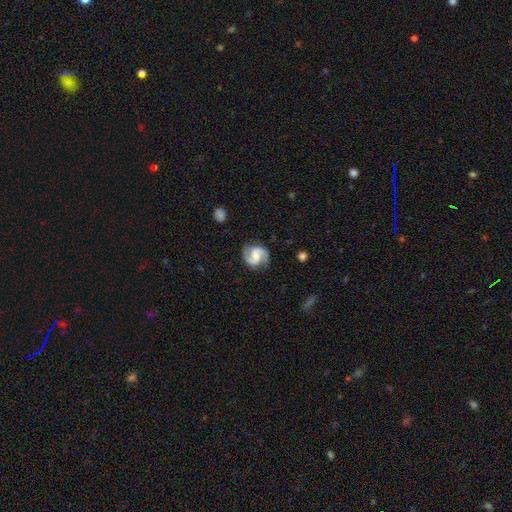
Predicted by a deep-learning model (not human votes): This appears to be a featured or disk galaxy (84%) with a weak bar (46%), 2 (93%) medium (53%) spiral arms (97%) and no central bulge (32%). Merging: none (81%).